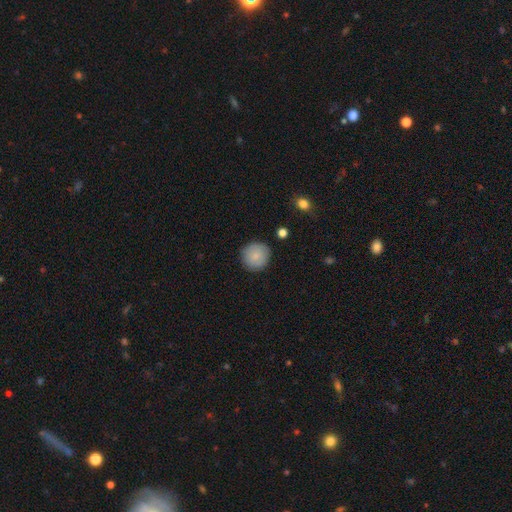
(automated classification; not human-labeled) This appears to be a smooth galaxy with no disk features (84%) that is round (94%). Merging: none (88%).